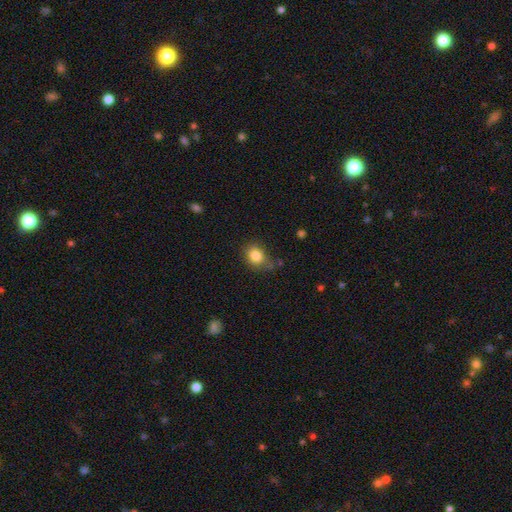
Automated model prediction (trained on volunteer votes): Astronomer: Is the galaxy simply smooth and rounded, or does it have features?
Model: smooth — 83%.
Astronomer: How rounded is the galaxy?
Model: round — 63%.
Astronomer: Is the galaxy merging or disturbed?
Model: none — 66%.